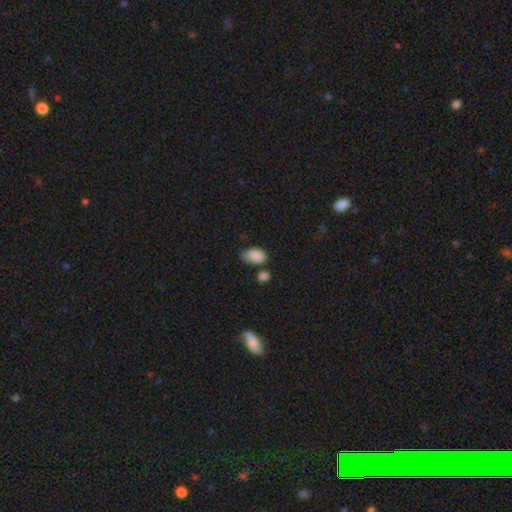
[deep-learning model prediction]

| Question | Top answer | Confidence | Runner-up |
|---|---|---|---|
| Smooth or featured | smooth | 87% | star or artifact (8%) |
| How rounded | in between | 92% | round (7%) |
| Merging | none | 54% | minor disturbance (29%) |